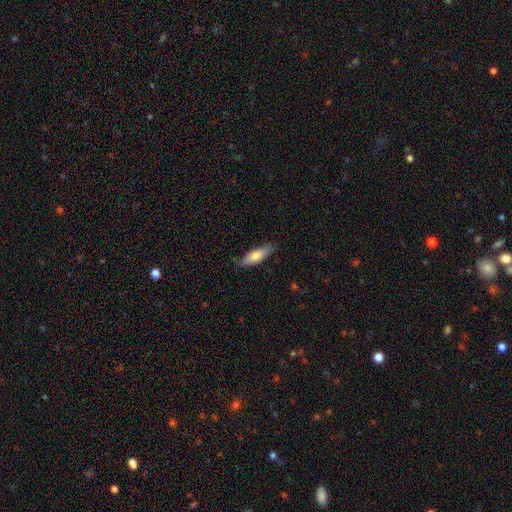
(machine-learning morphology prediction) Smooth or featured: smooth — 72% (featured or disk — 22%)
How rounded: in between — 54% (cigar-shaped — 44%)
Merging: none — 83% (minor disturbance — 14%)